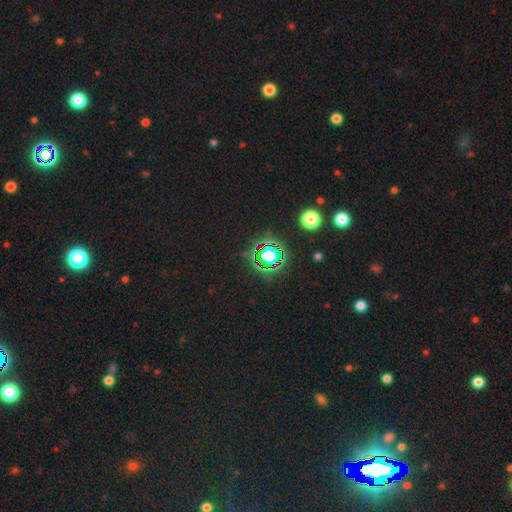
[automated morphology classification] Smooth or featured?
  - star or artifact: 79% *
  - smooth: 14%
  - featured or disk: 7%